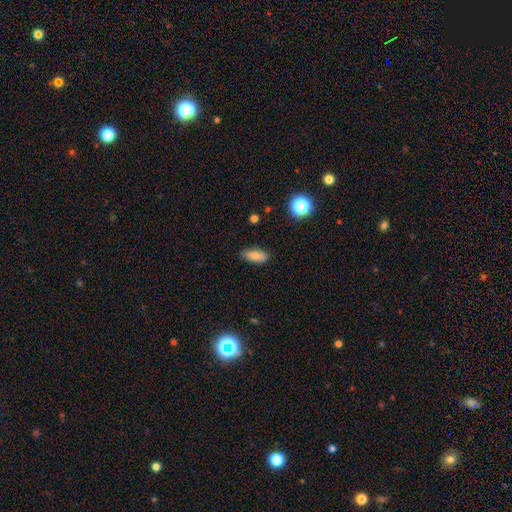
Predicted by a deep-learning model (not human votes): Smooth or featured? smooth (79%)
How rounded? in between (84%)
Merging? none (83%)